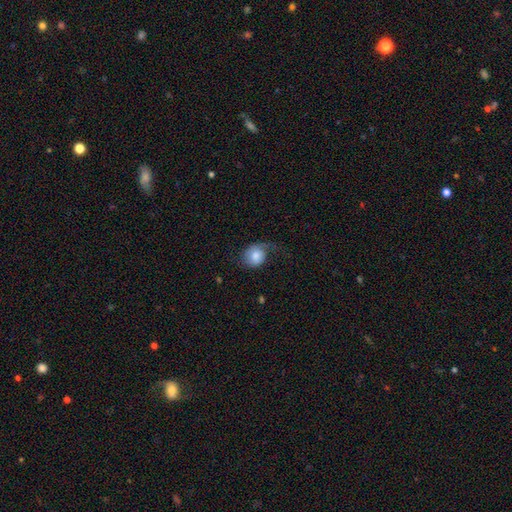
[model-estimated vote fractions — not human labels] Smooth or featured? smooth (67%)
How rounded? round (62%)
Merging? none (36%, tied with major disturbance)